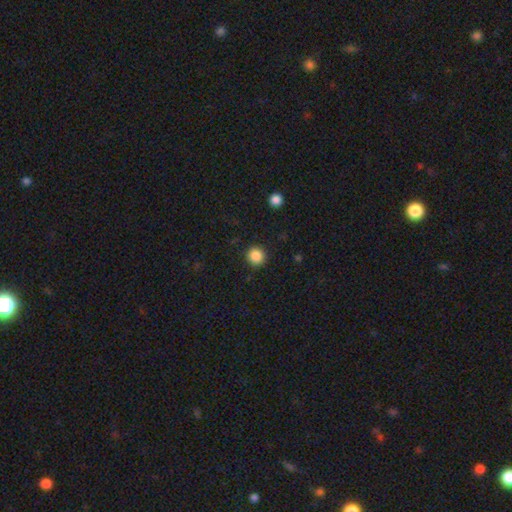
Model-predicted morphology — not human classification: The model was most divided on "smooth or featured": smooth: 87%, star or artifact: 10%, featured or disk: 3%. More confident: how rounded — round (93%); merging — none (91%).